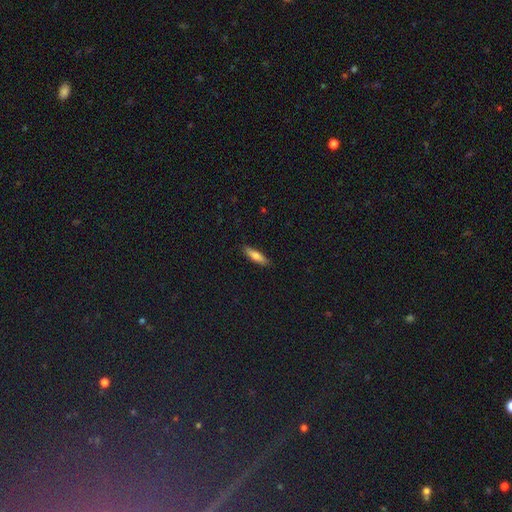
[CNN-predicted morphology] Overall: smooth (72%). How rounded: cigar-shaped (61%; in between 37%). Merging: none (88%).